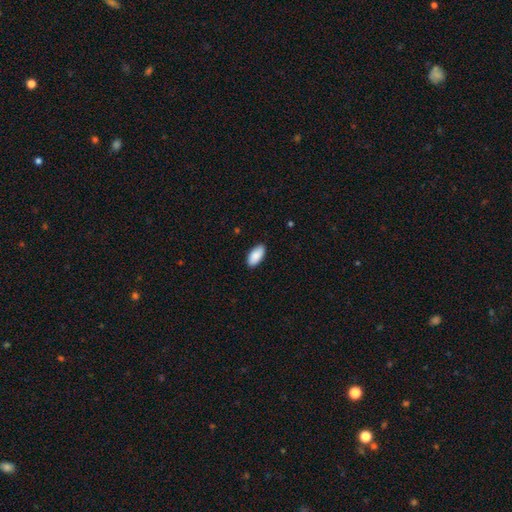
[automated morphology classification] Smooth or featured: smooth — 90% (star or artifact — 6%)
How rounded: in between — 93% (cigar-shaped — 5%)
Merging: none — 88% (minor disturbance — 9%)